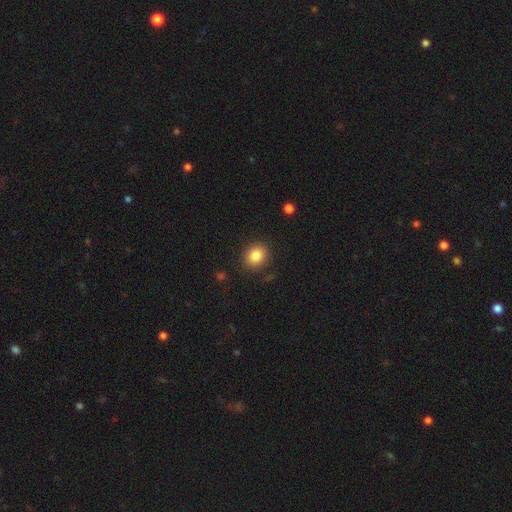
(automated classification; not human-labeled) Smooth or featured? smooth (84%)
How rounded? round (65%)
Merging? none (87%)